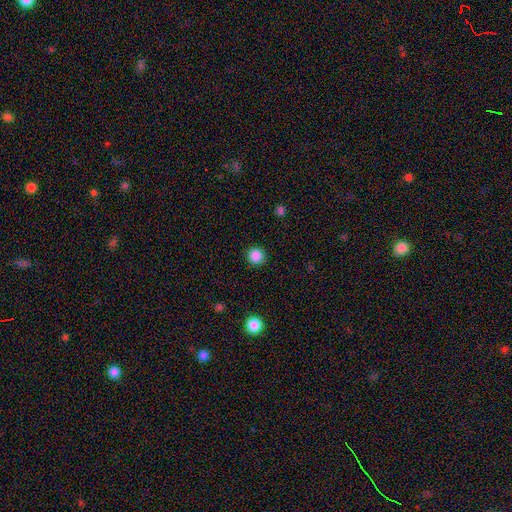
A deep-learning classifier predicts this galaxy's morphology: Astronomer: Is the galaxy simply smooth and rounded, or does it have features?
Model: smooth — 87%.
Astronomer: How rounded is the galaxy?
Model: round — 94%.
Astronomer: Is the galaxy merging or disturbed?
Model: none — 90%.